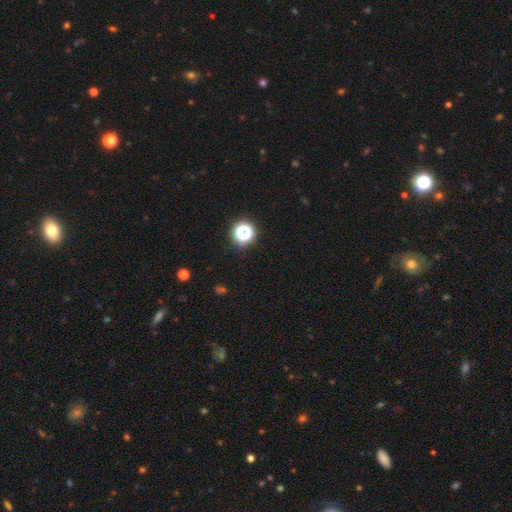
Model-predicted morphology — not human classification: type=star or artifact (70%).